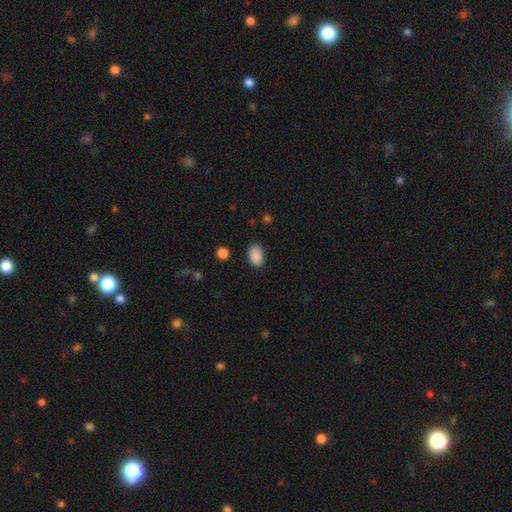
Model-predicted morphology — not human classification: A smooth galaxy with no disk features (89%) that is in between round and cigar-shaped (89%). Merging: none (83%).